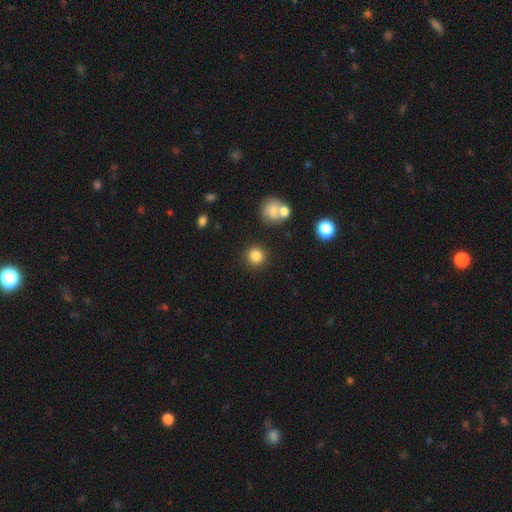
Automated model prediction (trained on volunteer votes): smooth_or_featured: smooth (p=0.85) [alt: star or artifact p=0.10]
how_rounded: round (p=0.92) [alt: in between p=0.07]
merging: none (p=0.86) [alt: minor disturbance p=0.07]